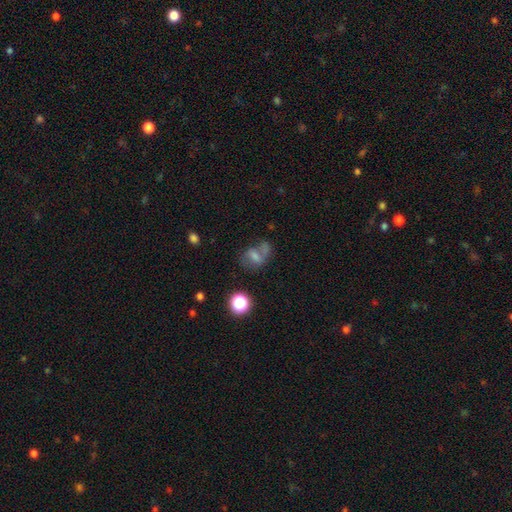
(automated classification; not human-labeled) Smooth or featured?
  - smooth: 53% *
  - featured or disk: 30%
  - star or artifact: 17%
How rounded?
  - in between: 63% *
  - round: 35%
  - cigar-shaped: 2%
Merging?
  - none: 34% *
  - merger: 26%
  - major disturbance: 22%
  - minor disturbance: 18%